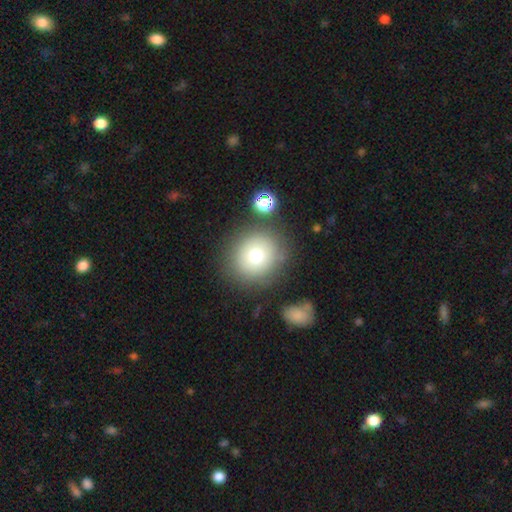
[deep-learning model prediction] This is likely a smooth galaxy (72%). How rounded: clearly round (88%). Merging: likely none (80%).